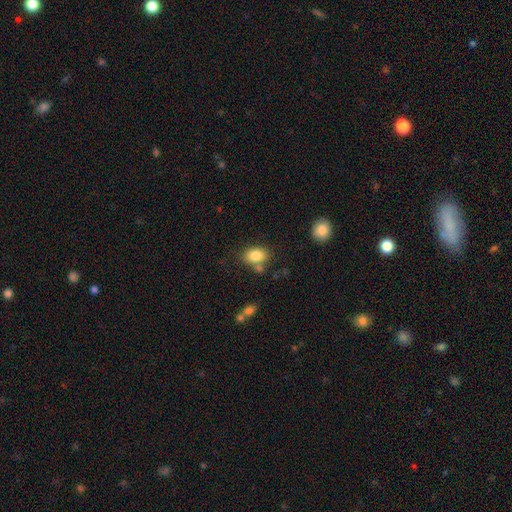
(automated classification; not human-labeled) Overall: smooth (83%). How rounded: in between (79%). Merging: none (68%).